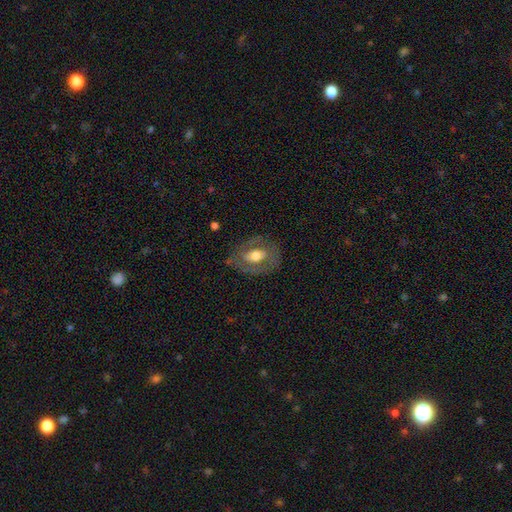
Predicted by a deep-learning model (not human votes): smooth_or_featured: featured or disk (p=0.57) [alt: smooth p=0.37]
disk_edge_on: no (p=0.93) [alt: yes p=0.07]
bar: no (p=0.59) [alt: weak p=0.28]
has_spiral_arms: no (p=0.61) [alt: yes p=0.39]
bulge_size: moderate (p=0.61) [alt: large p=0.26]
merging: none (p=0.71) [alt: minor disturbance p=0.18]